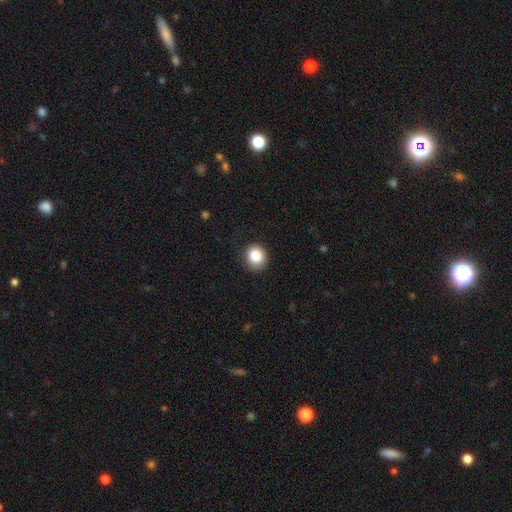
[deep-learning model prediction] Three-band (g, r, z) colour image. It shows a smooth galaxy with no disk features (86%) that is round (84%). Merging: none (83%).